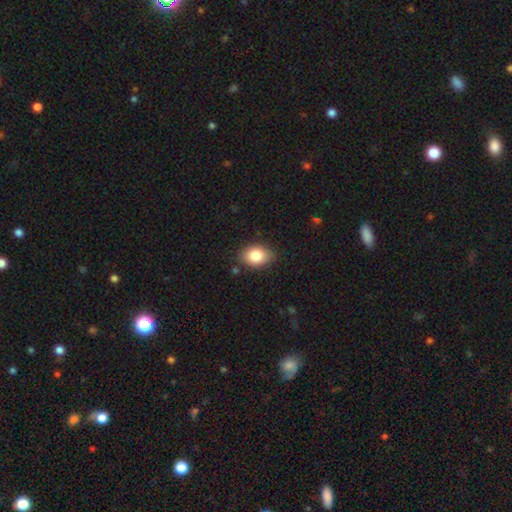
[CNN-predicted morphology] smooth 85%, star or artifact 8%, featured or disk 7%. Down the decision tree: how rounded — in between (75%); merging — none (84%).